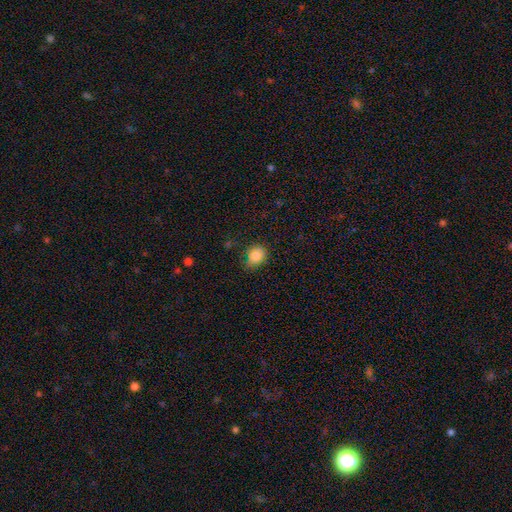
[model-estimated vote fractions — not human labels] smooth-or-featured: smooth: 84% | star or artifact: 10% | featured or disk: 6%
  how-rounded: round: 53% | in between: 46% | cigar-shaped: 1%
  merging: none: 66% | minor disturbance: 26% | major disturbance: 6% | merger: 2%